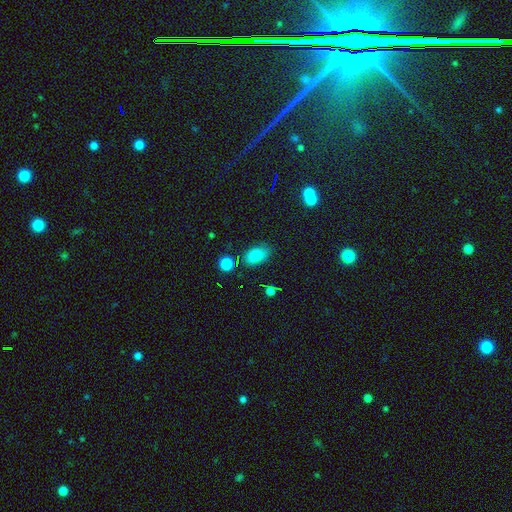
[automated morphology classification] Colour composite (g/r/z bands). It shows a smooth galaxy with no disk features (79%) that is in between round and cigar-shaped (88%). Merging: none (75%).